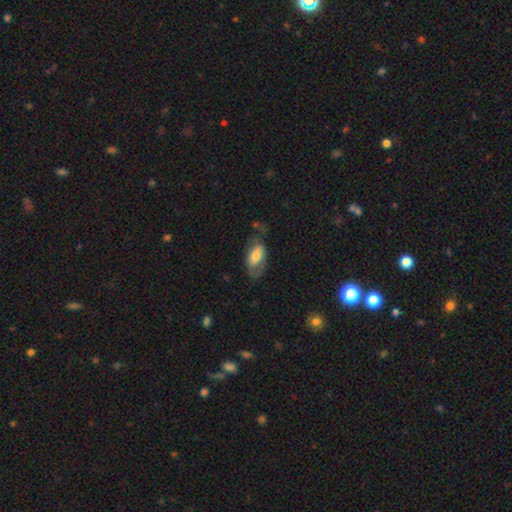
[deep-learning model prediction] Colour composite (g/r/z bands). It shows a smooth galaxy with no disk features (57%) that is in between round and cigar-shaped (92%). Merging: none (46%).